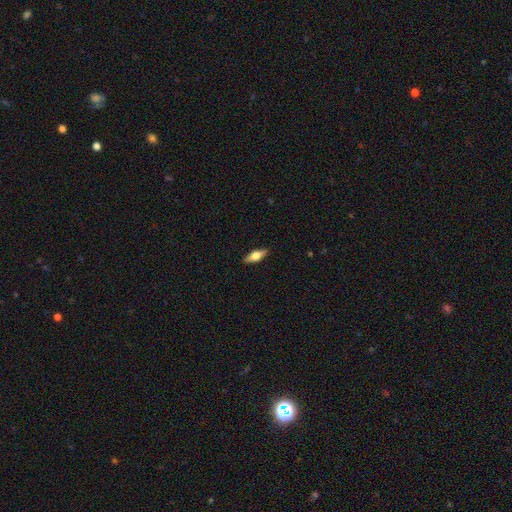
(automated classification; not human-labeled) This is possibly a smooth galaxy (53%). How rounded: likely in between (62%). Merging: clearly none (89%).